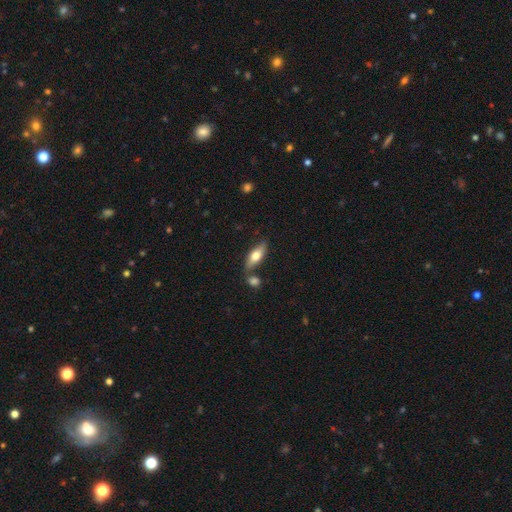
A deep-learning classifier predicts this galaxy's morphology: A smooth galaxy with no disk features (65%) that is in between round and cigar-shaped (70%). Merging: none (68%).